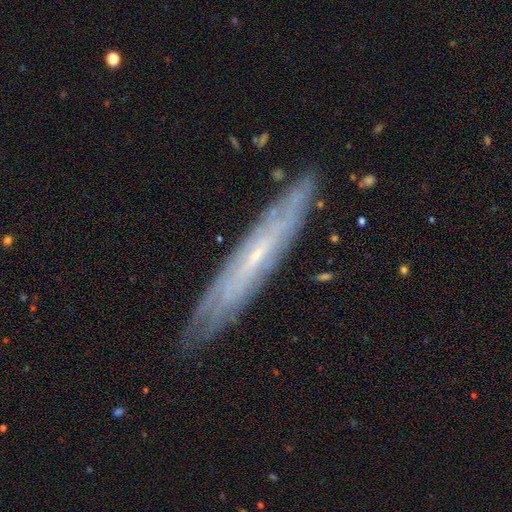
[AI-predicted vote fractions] The model was most divided on "edge-on disk": yes: 56%, no: 44%. More confident: merging — none (85%); smooth or featured — featured or disk (75%).